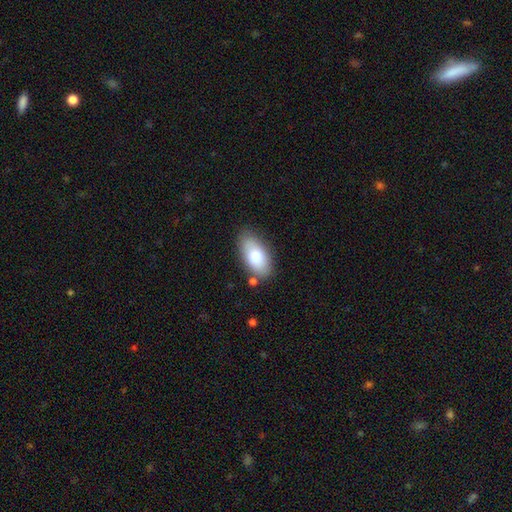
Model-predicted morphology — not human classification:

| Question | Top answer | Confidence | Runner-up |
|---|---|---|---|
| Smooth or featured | smooth | 74% | featured or disk (19%) |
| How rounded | in between | 92% | round (4%) |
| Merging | none | 80% | minor disturbance (13%) |